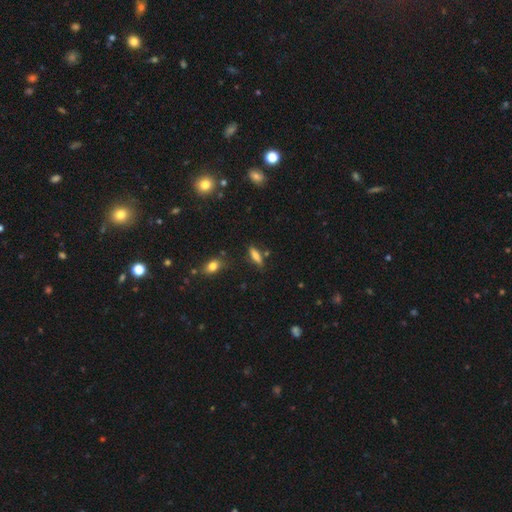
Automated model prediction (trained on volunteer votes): A smooth galaxy with no disk features (75%) that is cigar-shaped (57%).

Vote fractions:
- Smooth or featured? smooth: 75% / featured or disk: 16% / star or artifact: 10%
- How rounded? cigar-shaped: 57% / in between: 40% / round: 3%
- Merging? none: 73% / minor disturbance: 16% / merger: 6% / major disturbance: 4%